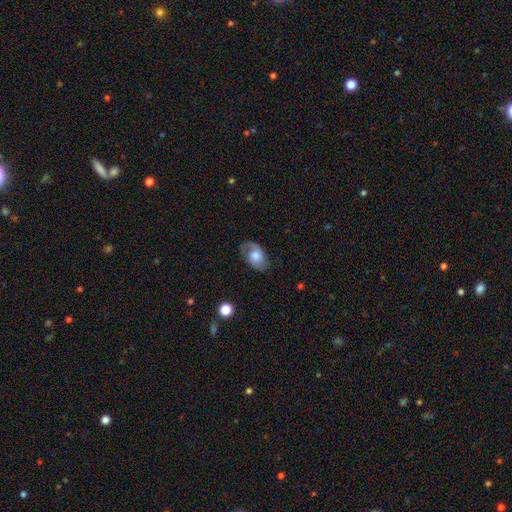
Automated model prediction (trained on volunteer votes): This is likely a featured or disk galaxy (63%). It is clearly not viewed edge-on (96%). Bar: likely no (69%). Spiral arm pattern: clearly yes (90%). Spiral arm count: likely 2 (69%). Spiral winding: marginally medium (44%). Central bulge: possibly moderate (49%). Merging: likely none (69%).